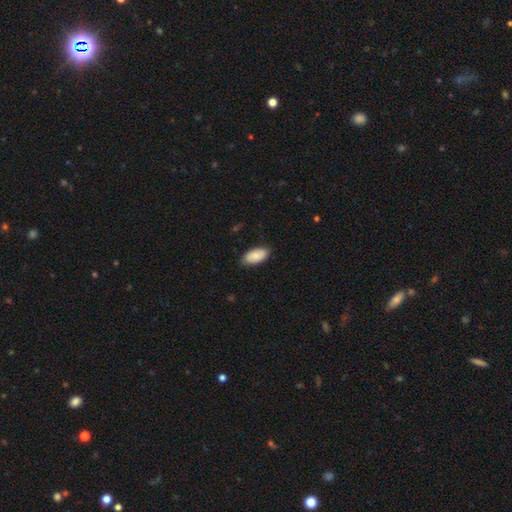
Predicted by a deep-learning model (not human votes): This is clearly a smooth galaxy (83%). How rounded: clearly in between (94%). Merging: clearly none (81%).